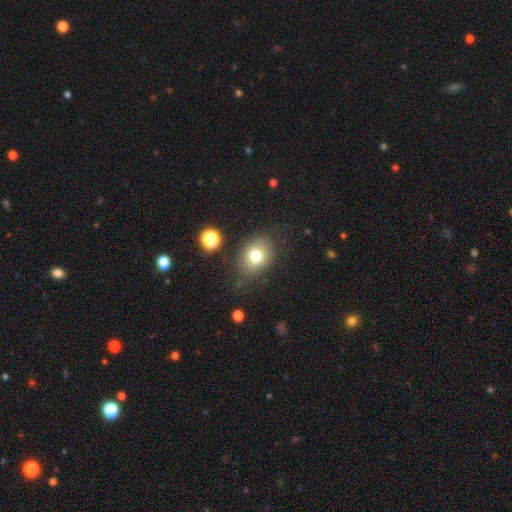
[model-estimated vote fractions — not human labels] Q: Smooth or featured?
A: smooth (75%); runner-up: featured or disk (13%)
Q: How rounded?
A: in between (53%); runner-up: round (46%)
Q: Merging?
A: none (70%); runner-up: minor disturbance (20%)